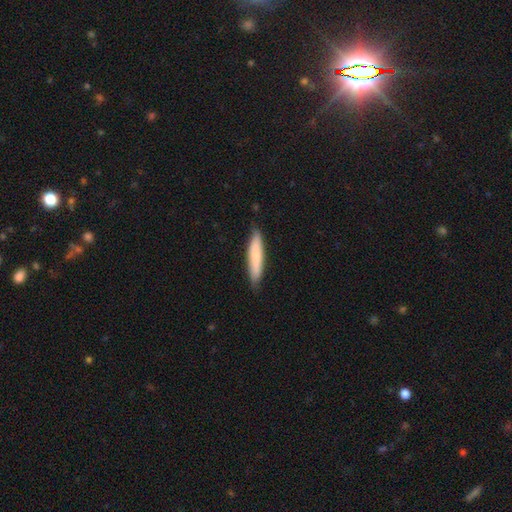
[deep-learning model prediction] This is likely a smooth galaxy (74%). How rounded: clearly cigar-shaped (87%). Merging: clearly none (83%).